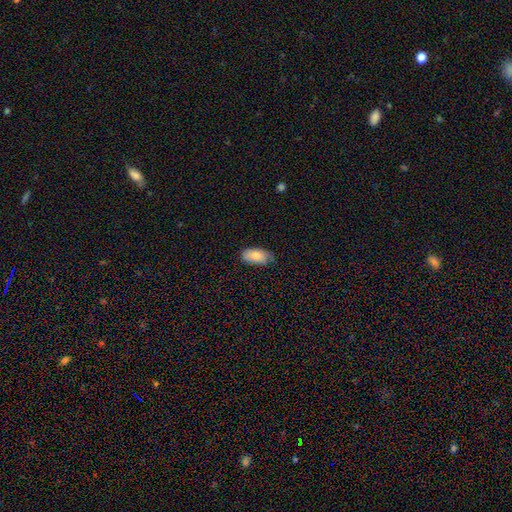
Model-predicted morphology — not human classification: Smooth or featured?
  - smooth: 83% *
  - featured or disk: 11%
  - star or artifact: 7%
How rounded?
  - in between: 93% *
  - cigar-shaped: 5%
  - round: 3%
Merging?
  - none: 68% *
  - minor disturbance: 27%
  - major disturbance: 4%
  - merger: 1%